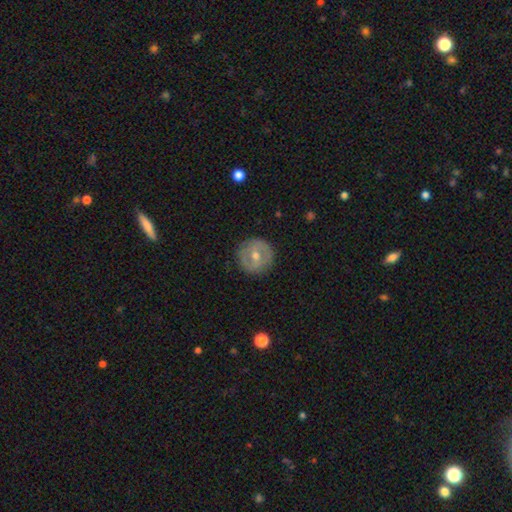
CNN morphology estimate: featured or disk 53%, smooth 39%, star or artifact 8%. Down the decision tree: edge-on disk — no (94%); bar — no (47%); spiral arms — no (73%); bulge size — moderate (61%); merging — none (88%).